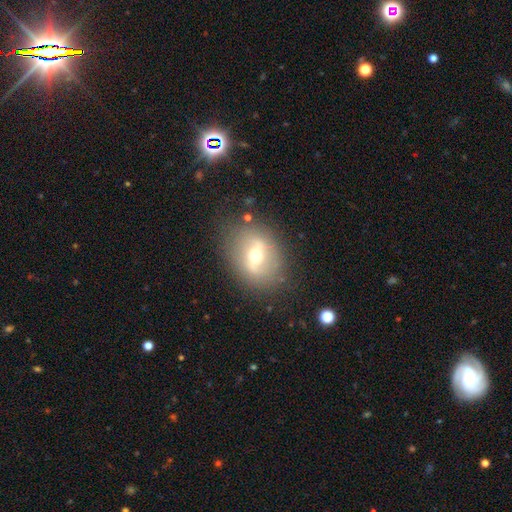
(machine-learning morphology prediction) This is likely a featured or disk galaxy (60%). It is clearly not viewed edge-on (90%). Bar: marginally strong (40%). Spiral arm pattern: possibly no (56%). Central bulge: likely moderate (67%). Merging: likely none (79%).